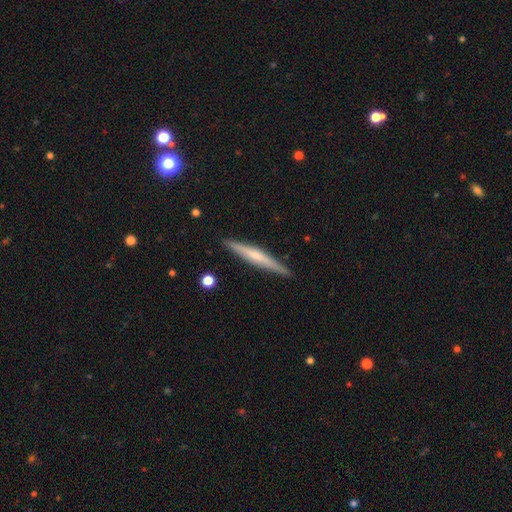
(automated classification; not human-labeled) Morphology: type=featured or disk (56%); edge-on=yes (97%); edge-on bulge=rounded (53%); merging=none (90%).